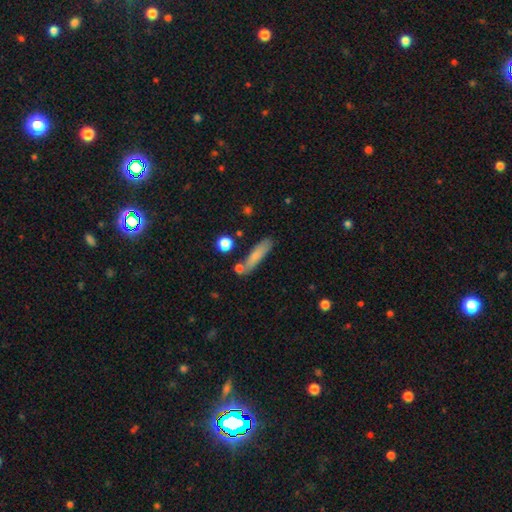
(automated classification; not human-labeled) This is likely a smooth galaxy (74%). How rounded: likely cigar-shaped (80%). Merging: likely none (74%).